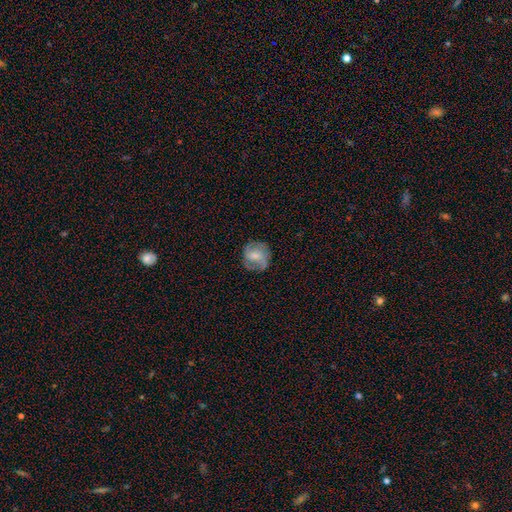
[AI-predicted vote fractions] A featured or disk galaxy (49%). Merging: none (70%).